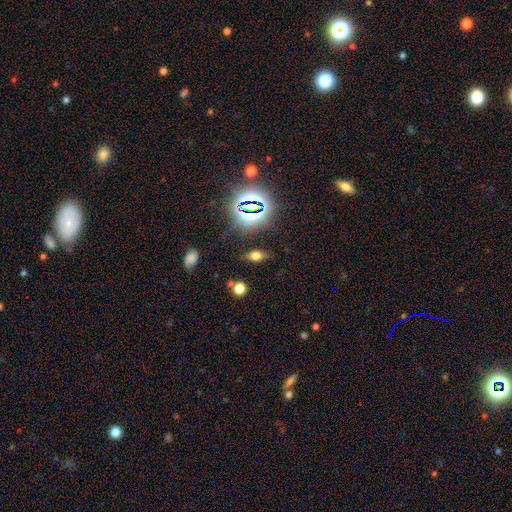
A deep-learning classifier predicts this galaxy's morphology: Overall: smooth (57%; star or artifact 27%). How rounded: in between (81%). Merging: none (82%).